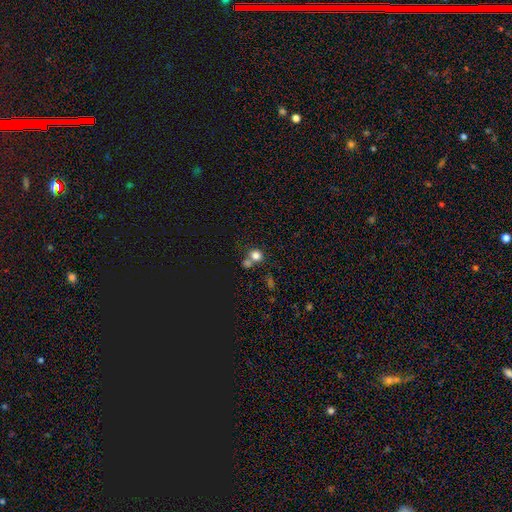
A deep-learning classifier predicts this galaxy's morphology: Overall: smooth (77%). How rounded: round (79%). Merging: none (51%; merger 35%).